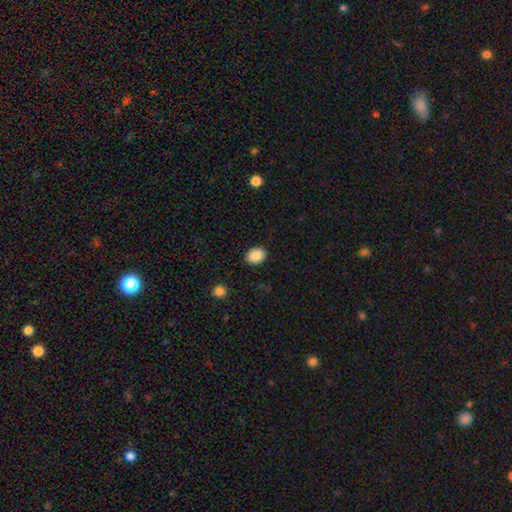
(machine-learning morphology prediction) Q: Smooth or featured?
A: smooth (88%); runner-up: star or artifact (8%)
Q: How rounded?
A: in between (61%); runner-up: round (38%)
Q: Merging?
A: none (89%); runner-up: minor disturbance (8%)